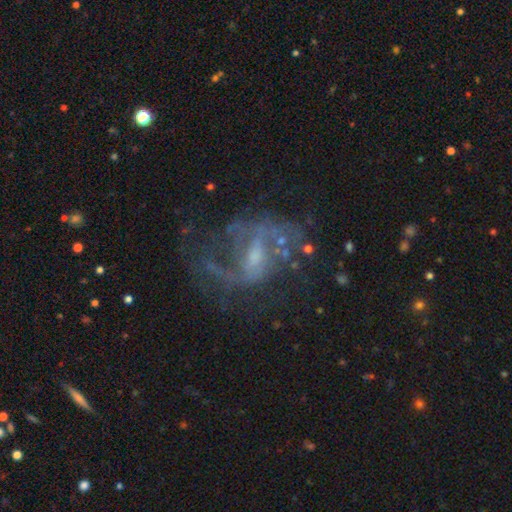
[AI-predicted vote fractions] Morphology: type=featured or disk (79%); edge-on=no (97%); bar=weak (51%); spiral arms=yes (80%); winding=loose (45%); arm count=2 (62%); bulge=small (51%); merging=none (51%).